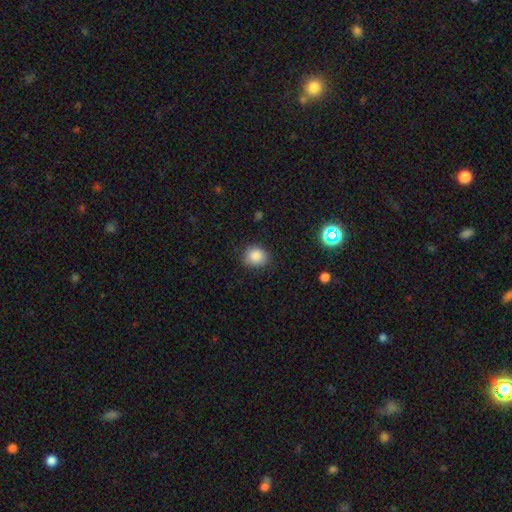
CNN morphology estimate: This is clearly a smooth galaxy (86%). How rounded: likely round (72%). Merging: clearly none (83%).